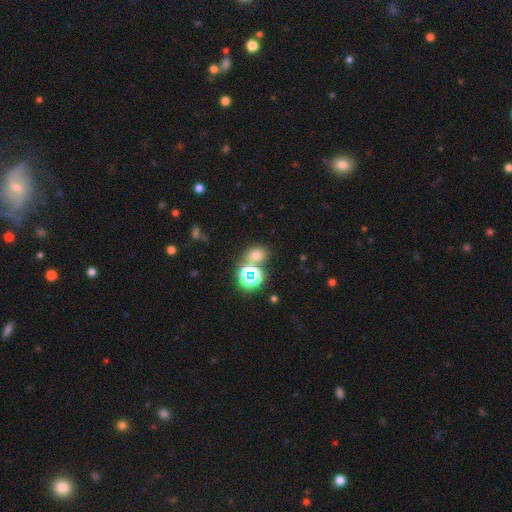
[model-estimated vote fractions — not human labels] Q: Smooth or featured?
A: smooth (62%); runner-up: star or artifact (31%)
Q: How rounded?
A: round (54%); runner-up: in between (45%)
Q: Merging?
A: none (68%); runner-up: merger (19%)